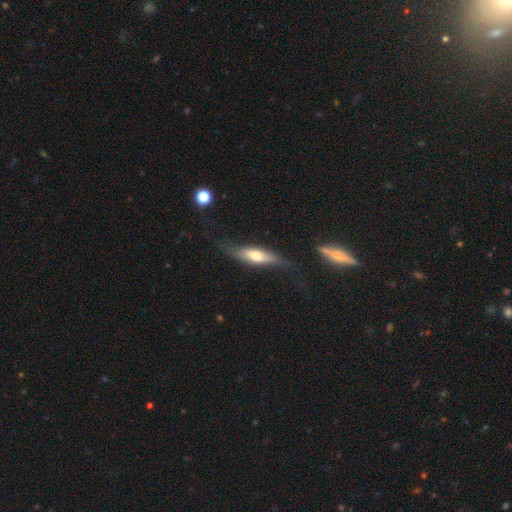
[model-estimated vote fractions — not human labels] This is possibly a smooth galaxy (51%). How rounded: possibly cigar-shaped (57%). Merging: likely none (61%).